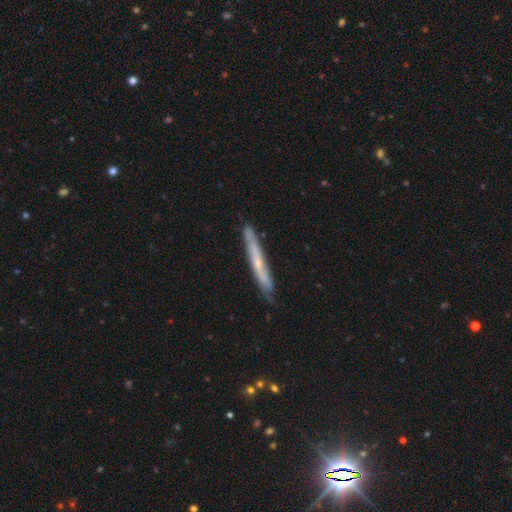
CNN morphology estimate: Smooth or featured: featured or disk — 55% (smooth — 37%)
Edge-on disk: yes — 89% (no — 11%)
Merging: none — 83% (minor disturbance — 13%)